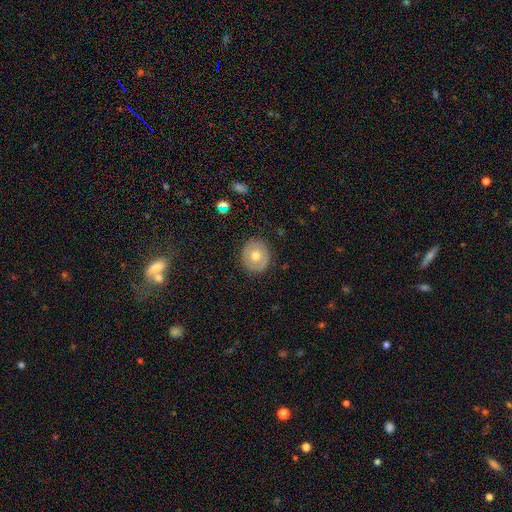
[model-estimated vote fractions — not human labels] smooth 59%, featured or disk 34%, star or artifact 7%. Down the decision tree: how rounded — round (79%); merging — none (87%).